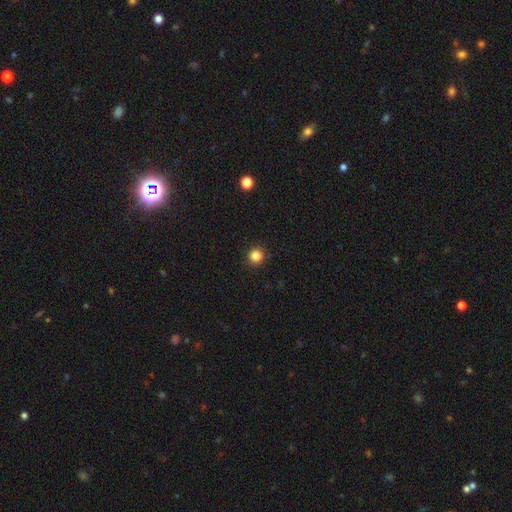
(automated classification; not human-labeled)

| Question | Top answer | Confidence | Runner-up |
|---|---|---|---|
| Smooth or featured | smooth | 85% | star or artifact (12%) |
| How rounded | round | 94% | in between (5%) |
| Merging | none | 92% | minor disturbance (6%) |